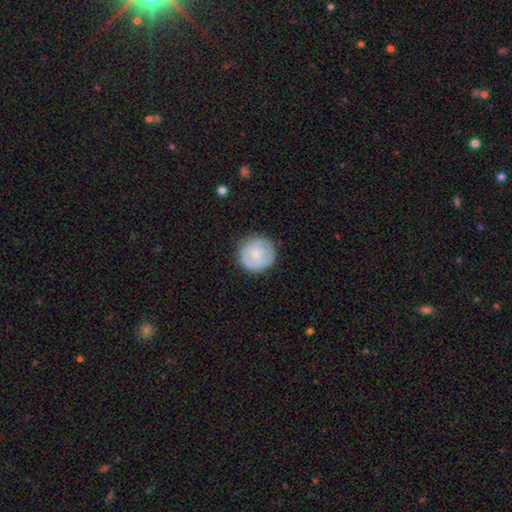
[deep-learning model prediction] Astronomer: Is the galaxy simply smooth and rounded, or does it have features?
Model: smooth — 70%.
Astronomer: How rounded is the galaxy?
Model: round — 94%.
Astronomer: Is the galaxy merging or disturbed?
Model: none — 85%.